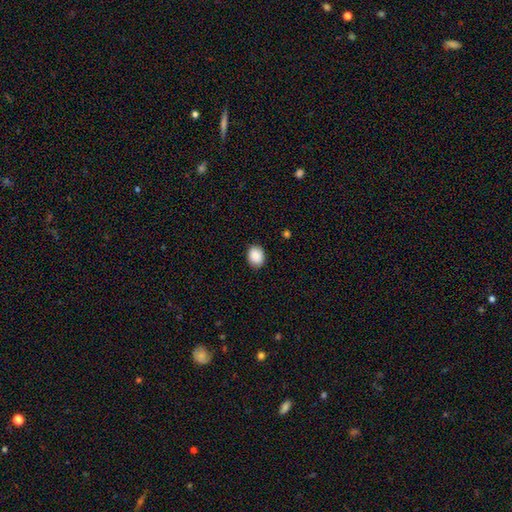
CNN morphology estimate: Q: Smooth or featured?
A: smooth (90%); runner-up: star or artifact (8%)
Q: How rounded?
A: in between (54%); runner-up: round (45%)
Q: Merging?
A: none (88%); runner-up: minor disturbance (9%)